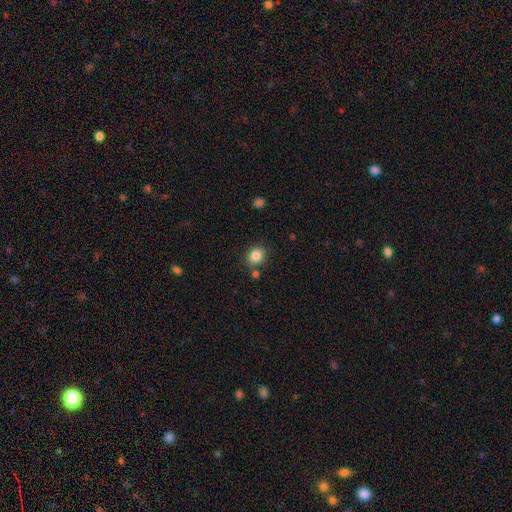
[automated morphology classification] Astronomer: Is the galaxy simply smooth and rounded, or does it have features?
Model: smooth — 85%.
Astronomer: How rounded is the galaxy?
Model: round — 74%.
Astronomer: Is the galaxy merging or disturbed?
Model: none — 78%.